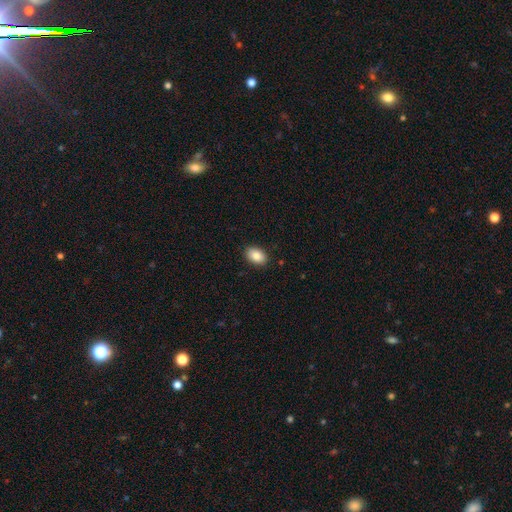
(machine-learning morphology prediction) This appears to be a smooth galaxy with no disk features (86%) that is in between round and cigar-shaped (87%). Merging: none (89%).